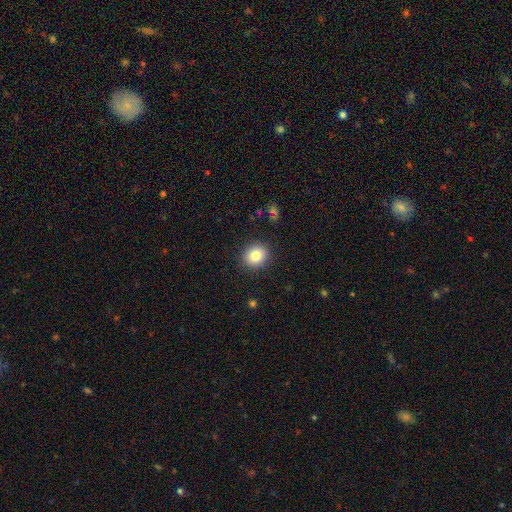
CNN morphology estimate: A smooth galaxy with no disk features (82%) that is round (80%). Merging: none (89%).